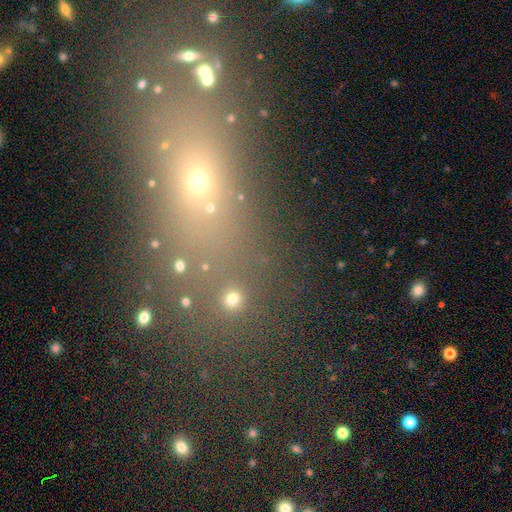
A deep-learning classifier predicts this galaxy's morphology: smooth 42% (tied), star or artifact 42% (tied), featured or disk 16%. Down the decision tree: merging — none (69%).